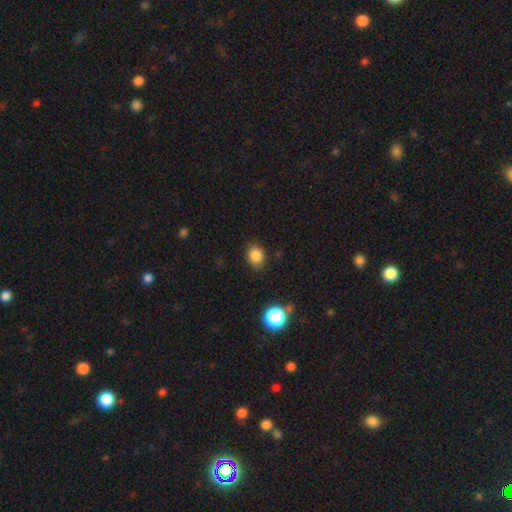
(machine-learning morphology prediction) Smooth or featured?
  - smooth: 84% *
  - star or artifact: 11%
  - featured or disk: 5%
How rounded?
  - in between: 53% *
  - round: 46%
  - cigar-shaped: 1%
Merging?
  - none: 81% *
  - minor disturbance: 14%
  - major disturbance: 3%
  - merger: 2%